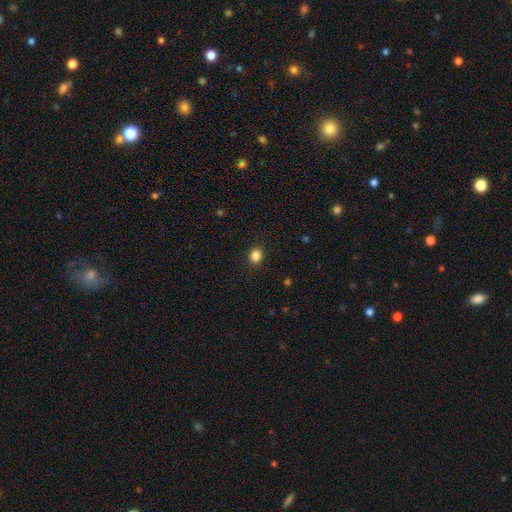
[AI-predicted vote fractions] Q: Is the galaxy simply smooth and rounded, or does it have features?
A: smooth — 86%.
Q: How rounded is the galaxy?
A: round — 67%.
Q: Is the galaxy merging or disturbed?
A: none — 91%.